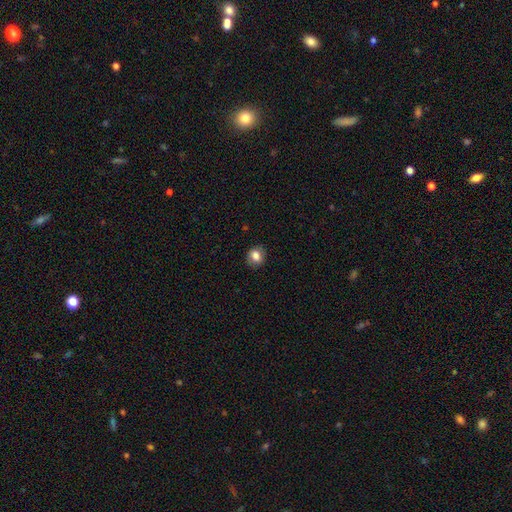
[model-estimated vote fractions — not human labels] Morphology: type=smooth (80%); roundness=round (64%); merging=none (84%).